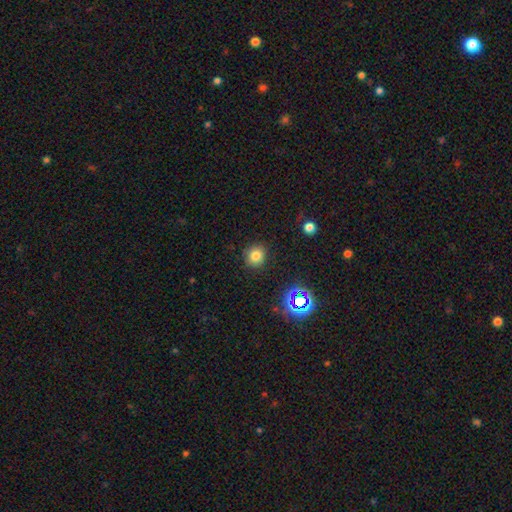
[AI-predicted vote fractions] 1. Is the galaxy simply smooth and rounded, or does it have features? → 78% smooth, 16% star or artifact, 7% featured or disk.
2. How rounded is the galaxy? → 85% round, 14% in between, 1% cigar-shaped.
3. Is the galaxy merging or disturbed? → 87% none, 9% minor disturbance, 3% major disturbance, 2% merger.